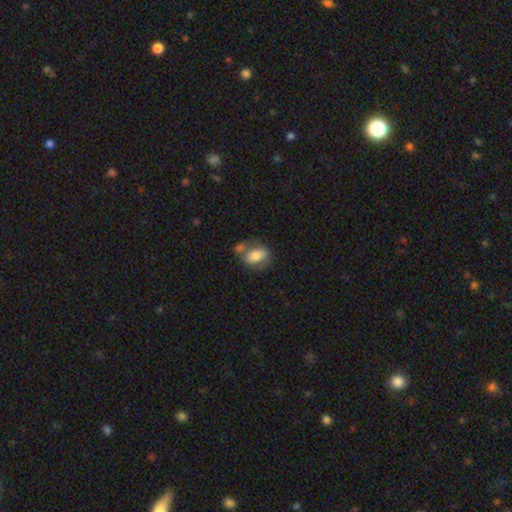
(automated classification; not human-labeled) smooth_or_featured: smooth (p=0.72) [alt: featured or disk p=0.20]
how_rounded: in between (p=0.82) [alt: round p=0.15]
merging: none (p=0.47) [alt: merger p=0.27]